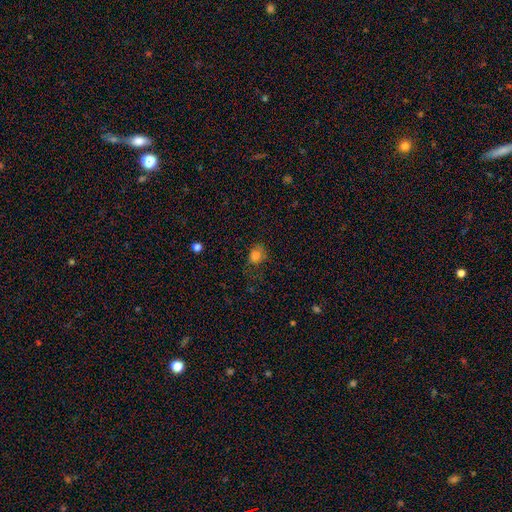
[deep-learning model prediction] Morphology: type=smooth (78%); roundness=round (55%); merging=none (57%).